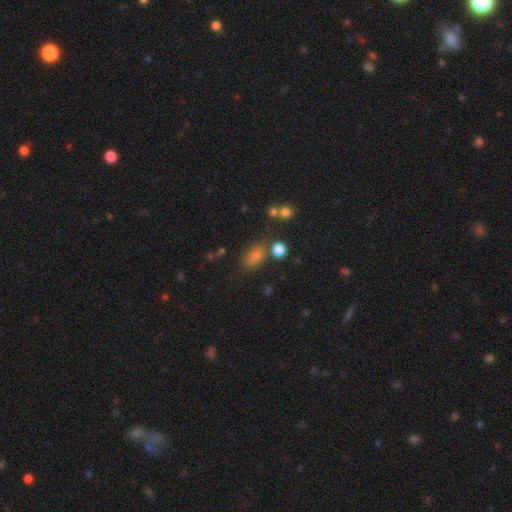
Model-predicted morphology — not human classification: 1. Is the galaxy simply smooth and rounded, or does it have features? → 78% smooth, 15% star or artifact, 7% featured or disk.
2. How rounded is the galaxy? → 81% in between, 13% round, 6% cigar-shaped.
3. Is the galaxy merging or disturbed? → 63% none, 19% minor disturbance, 10% merger, 8% major disturbance.